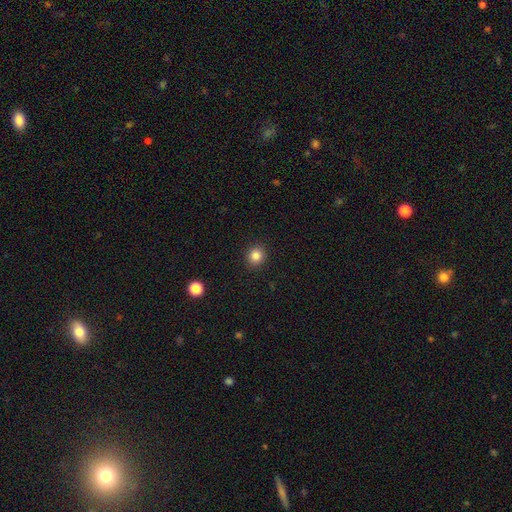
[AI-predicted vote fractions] Smooth or featured? Predicted: smooth (p=0.84). How rounded? Predicted: round (p=0.86). Merging? Predicted: none (p=0.92).